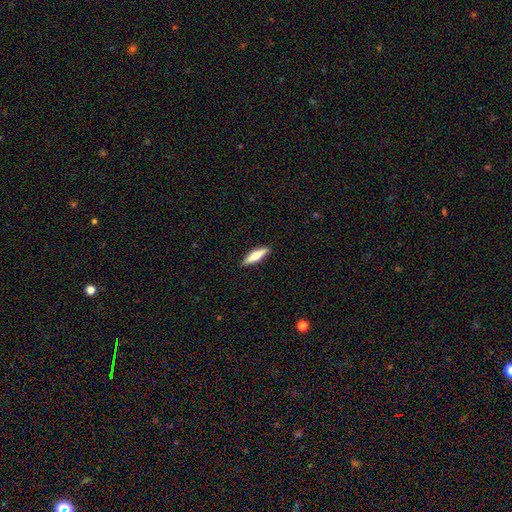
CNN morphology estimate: This is likely a smooth galaxy (62%). How rounded: likely cigar-shaped (70%). Merging: clearly none (90%).